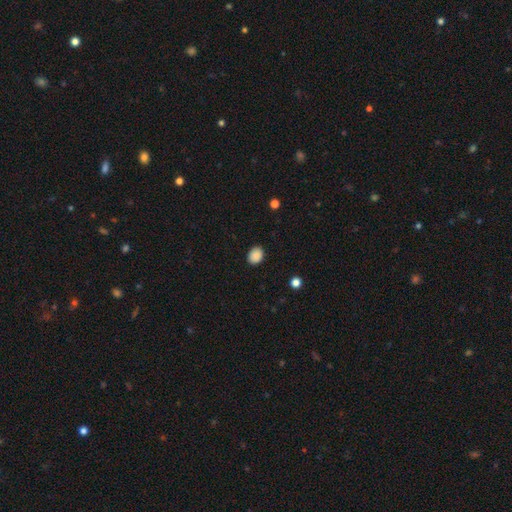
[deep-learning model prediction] This is clearly a smooth galaxy (89%). How rounded: likely in between (60%). Merging: clearly none (88%).